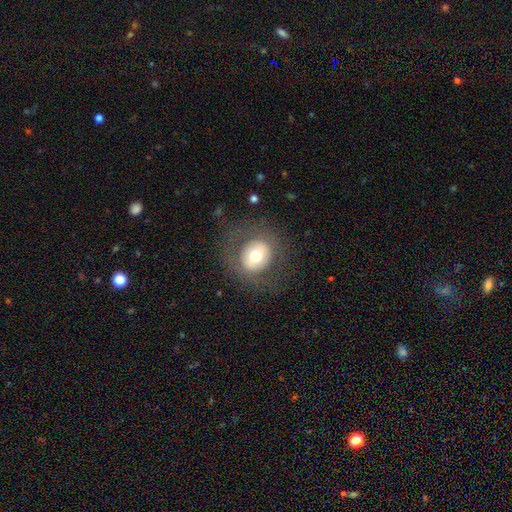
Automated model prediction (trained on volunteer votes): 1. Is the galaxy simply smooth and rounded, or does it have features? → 58% smooth, 32% featured or disk, 10% star or artifact.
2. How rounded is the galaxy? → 79% round, 20% in between, 1% cigar-shaped.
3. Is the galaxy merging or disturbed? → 76% none, 12% minor disturbance, 11% major disturbance, 1% merger.